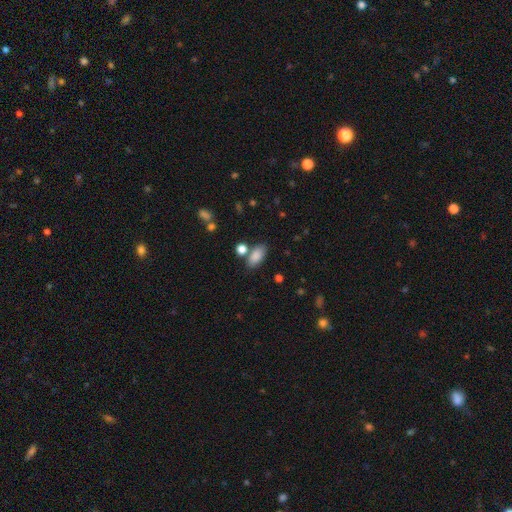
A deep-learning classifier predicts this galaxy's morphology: Q: Smooth or featured?
A: smooth (86%); runner-up: star or artifact (8%)
Q: How rounded?
A: in between (91%); runner-up: round (5%)
Q: Merging?
A: none (69%); runner-up: merger (14%)